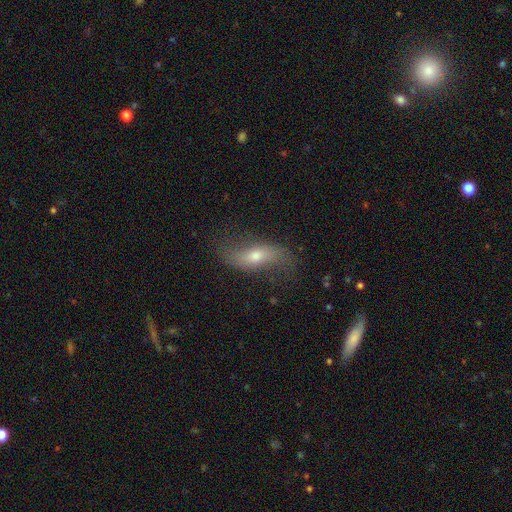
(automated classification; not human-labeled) This appears to be a featured or disk galaxy (63%). Merging: none (67%).